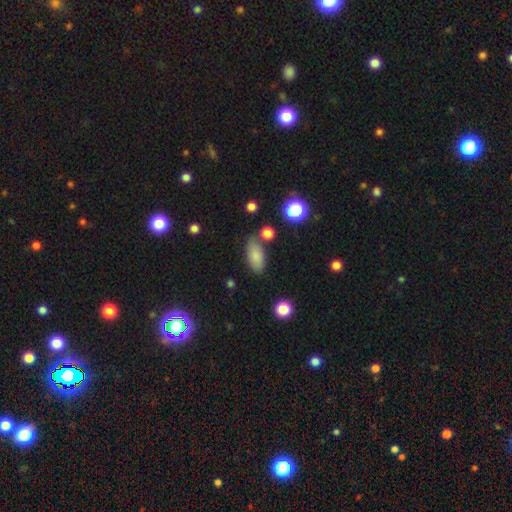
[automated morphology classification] smooth-or-featured: smooth: 83% | featured or disk: 9% | star or artifact: 8%
  how-rounded: in between: 89% | cigar-shaped: 7% | round: 4%
  merging: none: 72% | minor disturbance: 16% | merger: 8% | major disturbance: 4%